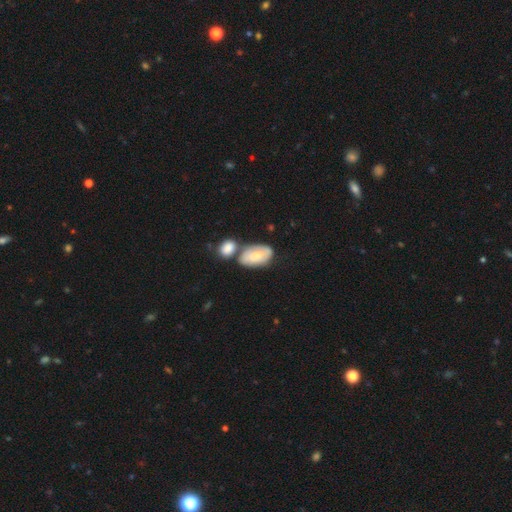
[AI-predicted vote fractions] Overall: smooth (63%; featured or disk 31%). How rounded: in between (93%). Merging: merger (39%; none 38%).